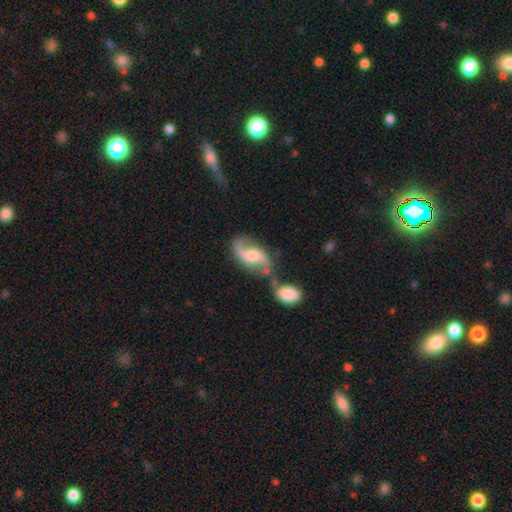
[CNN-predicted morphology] Smooth or featured? Predicted: featured or disk (p=0.82). Edge-on disk? Predicted: no (p=0.96). Bar? Predicted: no (p=0.44). Spiral arms? Predicted: yes (p=0.95). Spiral winding? Predicted: loose (p=0.72). Spiral arm count? Predicted: 2 (p=0.91). Bulge size? Predicted: moderate (p=0.51). Merging? Predicted: none (p=0.54).